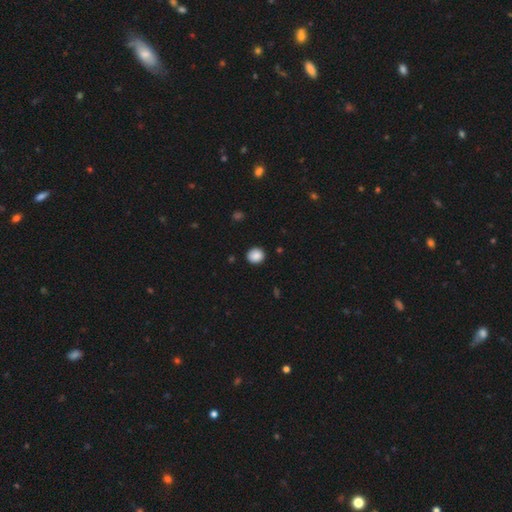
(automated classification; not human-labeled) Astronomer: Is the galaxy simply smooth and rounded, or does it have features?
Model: smooth — 88%.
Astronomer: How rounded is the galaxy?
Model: round — 83%.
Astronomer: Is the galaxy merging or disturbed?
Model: none — 90%.